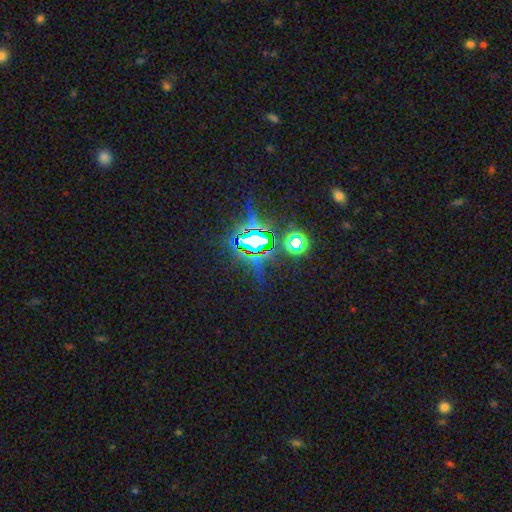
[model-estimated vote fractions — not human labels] Q: Smooth or featured?
A: star or artifact (82%); runner-up: smooth (10%)